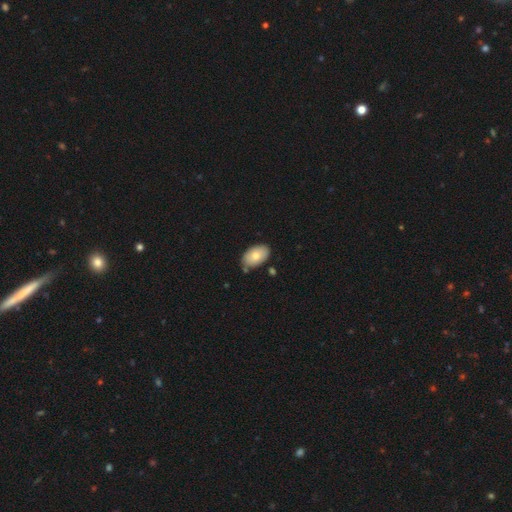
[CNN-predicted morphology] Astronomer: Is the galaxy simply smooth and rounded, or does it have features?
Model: smooth — 78%.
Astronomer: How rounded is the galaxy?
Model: in between — 93%.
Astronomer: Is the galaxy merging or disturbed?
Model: none — 75%.